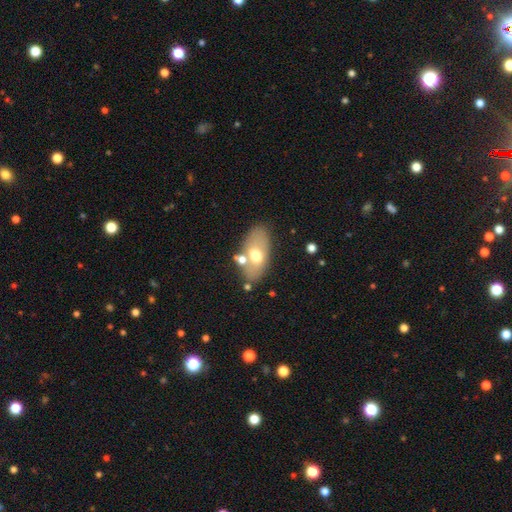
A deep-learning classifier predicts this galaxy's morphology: This is likely a smooth galaxy (60%). How rounded: clearly in between (90%). Merging: likely none (68%).